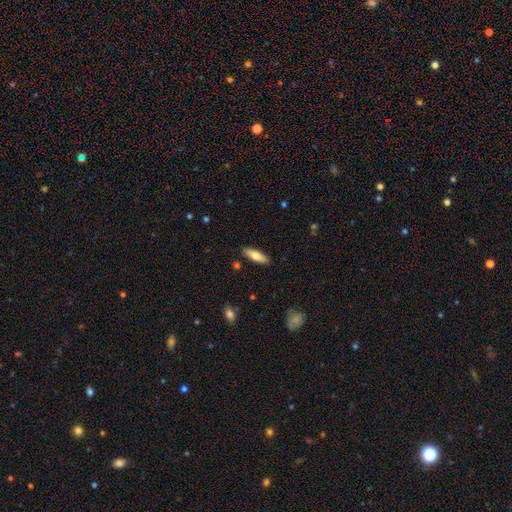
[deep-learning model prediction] This is likely a smooth galaxy (70%). How rounded: possibly cigar-shaped (50%). Merging: clearly none (89%).